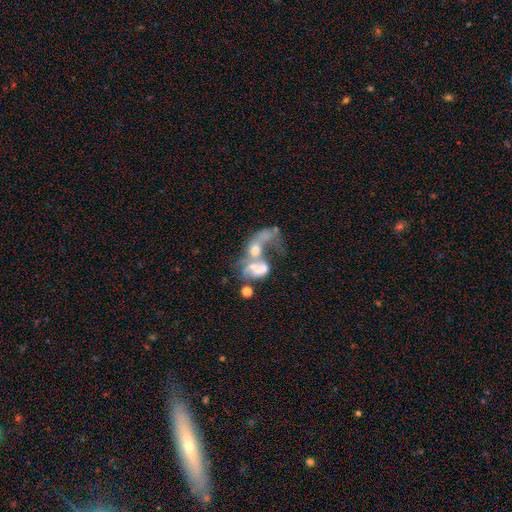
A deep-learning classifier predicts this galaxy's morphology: Q: Smooth or featured?
A: featured or disk (57%); runner-up: smooth (26%)
Q: Edge-on disk?
A: no (95%); runner-up: yes (5%)
Q: Bar?
A: no (77%); runner-up: weak (17%)
Q: Spiral arms?
A: no (64%); runner-up: yes (36%)
Q: Bulge size?
A: moderate (35%); runner-up: none (25%)
Q: Merging?
A: merger (65%); runner-up: major disturbance (20%)